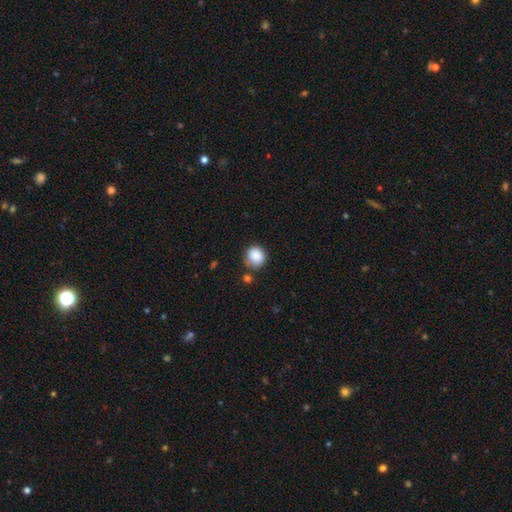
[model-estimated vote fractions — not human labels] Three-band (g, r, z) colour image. It shows a smooth galaxy with no disk features (88%) that is round (85%). Merging: none (71%).